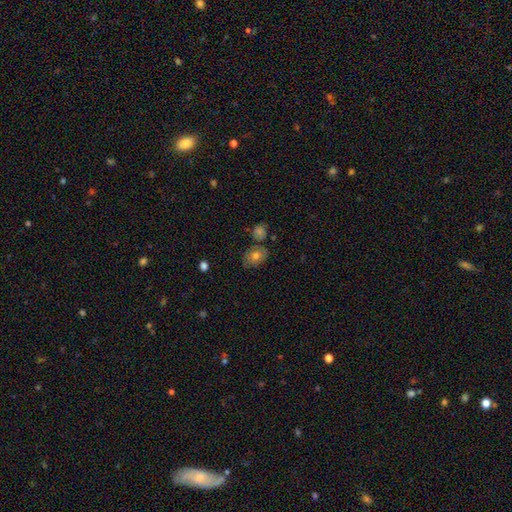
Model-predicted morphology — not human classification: This is likely a smooth galaxy (68%). How rounded: likely in between (65%). Merging: likely none (68%).